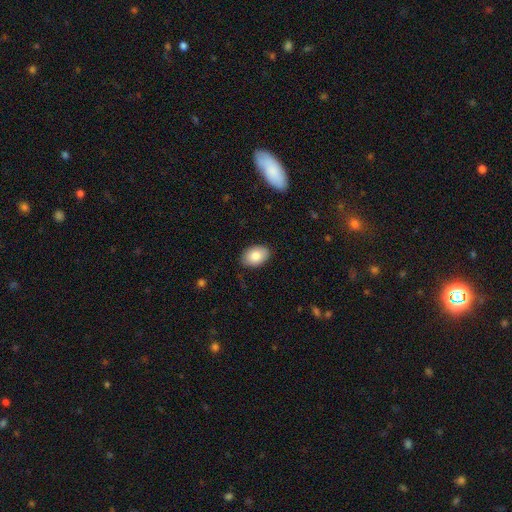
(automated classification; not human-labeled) Smooth or featured?
  - smooth: 85% *
  - featured or disk: 9%
  - star or artifact: 7%
How rounded?
  - in between: 87% *
  - round: 12%
  - cigar-shaped: 1%
Merging?
  - none: 86% *
  - minor disturbance: 11%
  - major disturbance: 2%
  - merger: 1%